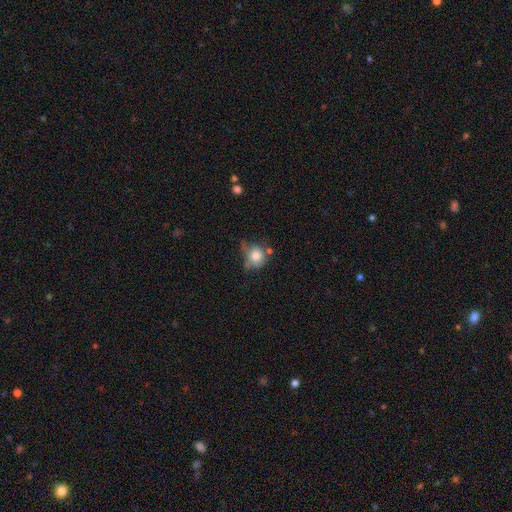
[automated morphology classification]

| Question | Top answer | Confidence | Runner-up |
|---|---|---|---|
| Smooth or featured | smooth | 74% | featured or disk (16%) |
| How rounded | round | 74% | in between (25%) |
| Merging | none | 41% | minor disturbance (30%) |